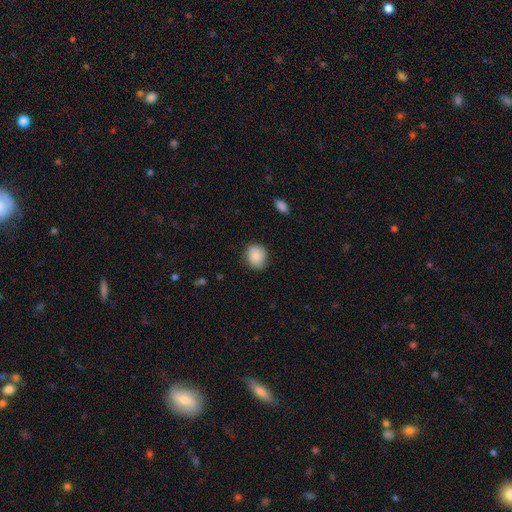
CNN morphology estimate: smooth_or_featured: smooth (p=0.85) [alt: star or artifact p=0.08]
how_rounded: round (p=0.64) [alt: in between p=0.35]
merging: none (p=0.74) [alt: minor disturbance p=0.21]